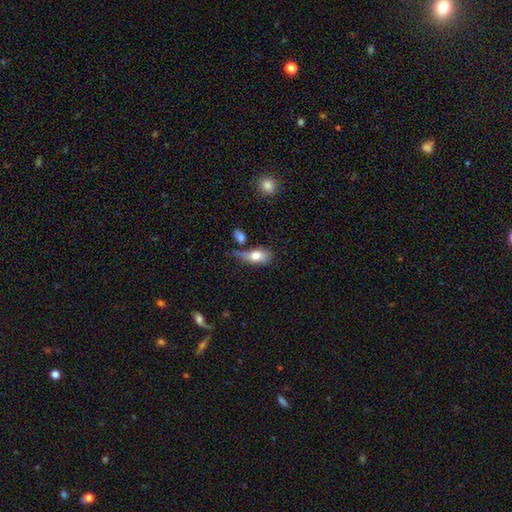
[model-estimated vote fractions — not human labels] Smooth or featured? Predicted: smooth (p=0.74). How rounded? Predicted: in between (p=0.85). Merging? Predicted: none (p=0.36).